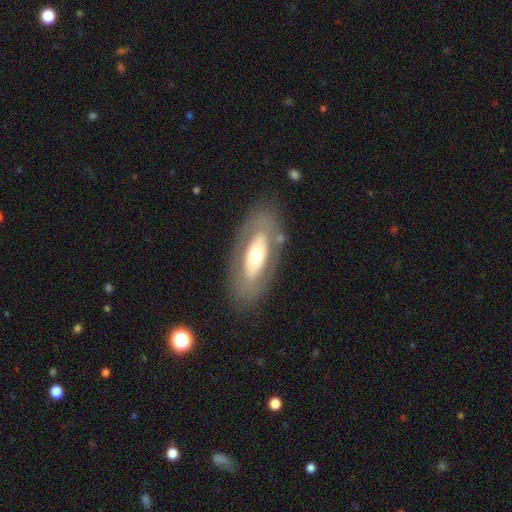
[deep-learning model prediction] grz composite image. It shows a featured or disk galaxy (53%). Merging: none (79%).